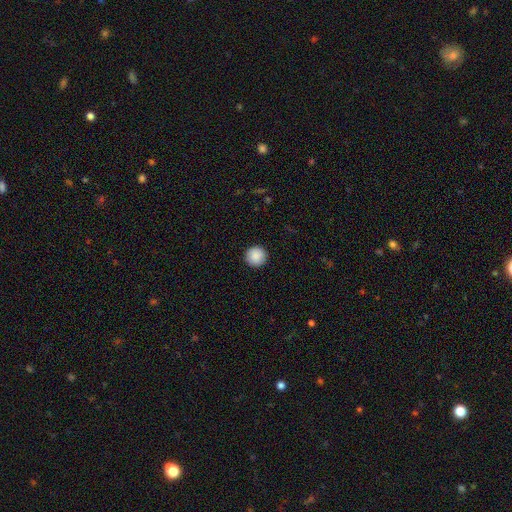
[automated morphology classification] smooth_or_featured: smooth (p=0.89) [alt: star or artifact p=0.08]
how_rounded: round (p=0.96) [alt: in between p=0.03]
merging: none (p=0.93) [alt: minor disturbance p=0.05]